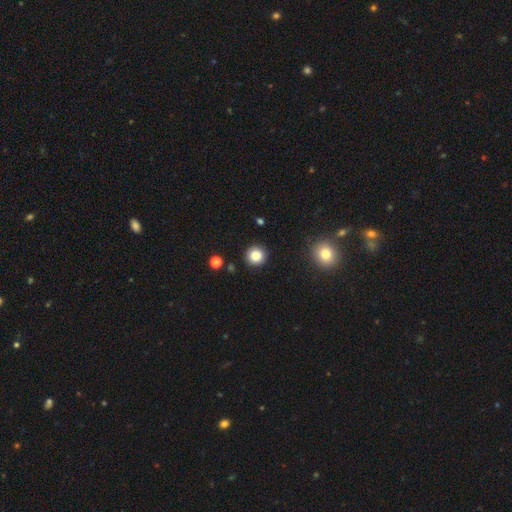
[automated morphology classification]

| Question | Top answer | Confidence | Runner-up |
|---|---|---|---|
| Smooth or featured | smooth | 84% | star or artifact (11%) |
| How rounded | round | 94% | in between (5%) |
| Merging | none | 91% | minor disturbance (5%) |